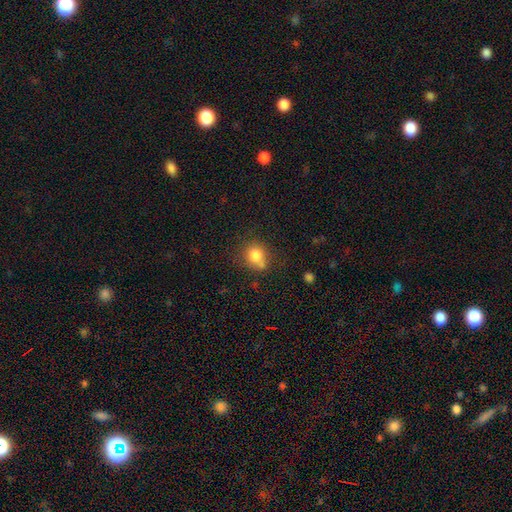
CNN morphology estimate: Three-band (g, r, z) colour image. It shows a smooth galaxy with no disk features (80%) that is round (74%). Merging: none (56%).